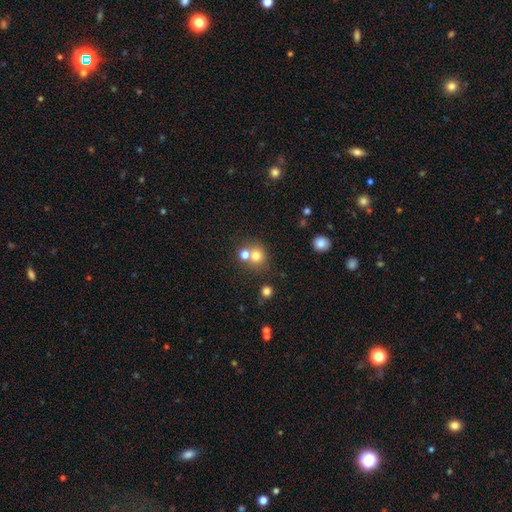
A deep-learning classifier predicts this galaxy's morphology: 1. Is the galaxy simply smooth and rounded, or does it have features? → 74% smooth, 15% star or artifact, 11% featured or disk.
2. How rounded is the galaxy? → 83% round, 16% in between, 1% cigar-shaped.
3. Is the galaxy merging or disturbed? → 53% none, 36% merger, 8% minor disturbance, 3% major disturbance.